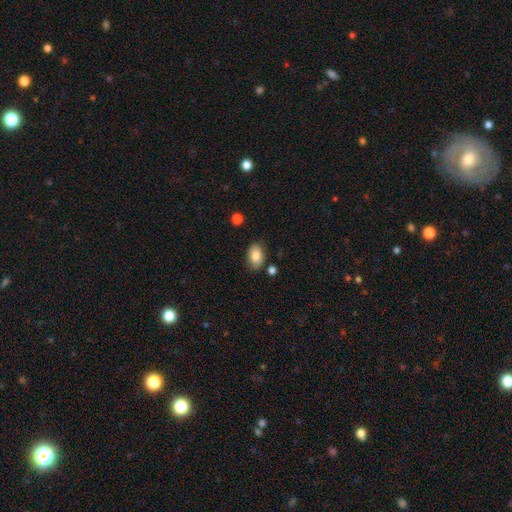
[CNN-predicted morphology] Smooth or featured: smooth — 85% (star or artifact — 8%)
How rounded: in between — 88% (round — 11%)
Merging: none — 81% (minor disturbance — 12%)